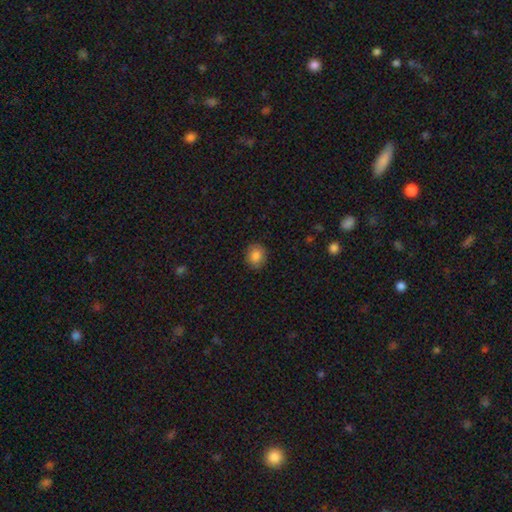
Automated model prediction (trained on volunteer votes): smooth-or-featured: smooth: 84% | star or artifact: 9% | featured or disk: 7%
  how-rounded: round: 72% | in between: 27% | cigar-shaped: 1%
  merging: none: 88% | minor disturbance: 9% | major disturbance: 2% | merger: 1%